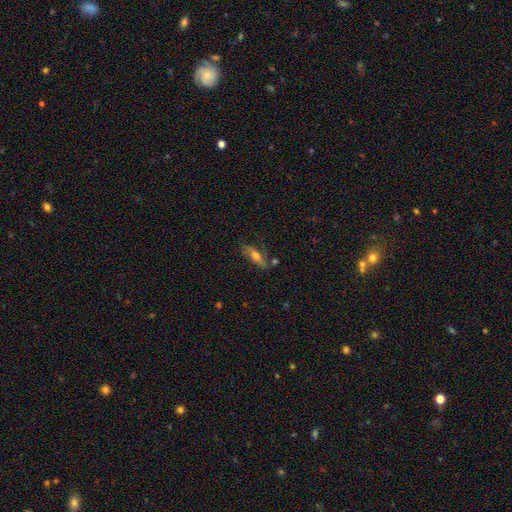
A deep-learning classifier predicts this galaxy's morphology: smooth 53%, featured or disk 39%, star or artifact 8%. Down the decision tree: how rounded — cigar-shaped (49%); merging — none (70%).